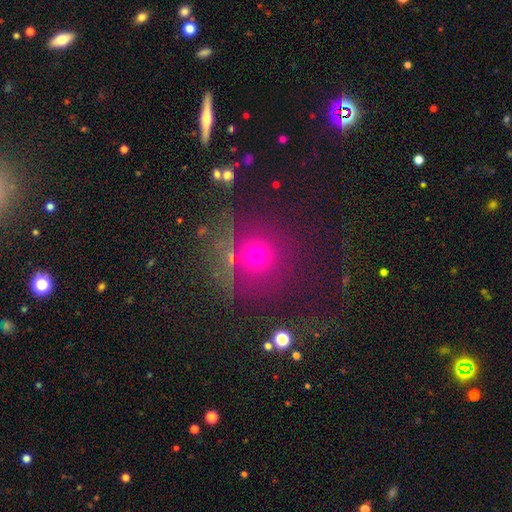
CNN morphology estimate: smooth_or_featured: smooth (p=0.62) [alt: star or artifact p=0.28]
how_rounded: round (p=0.91) [alt: in between p=0.08]
merging: none (p=0.76) [alt: minor disturbance p=0.11]